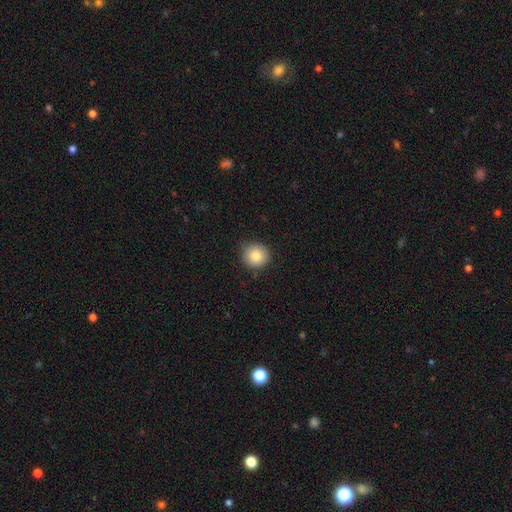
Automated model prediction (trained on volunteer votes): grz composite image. It shows a smooth galaxy with no disk features (84%) that is round (91%). Merging: none (83%).